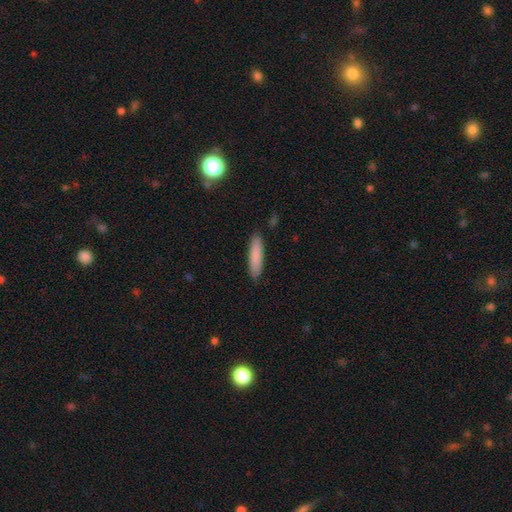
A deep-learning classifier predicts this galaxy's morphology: This is clearly a smooth galaxy (85%). How rounded: likely cigar-shaped (78%). Merging: clearly none (88%).